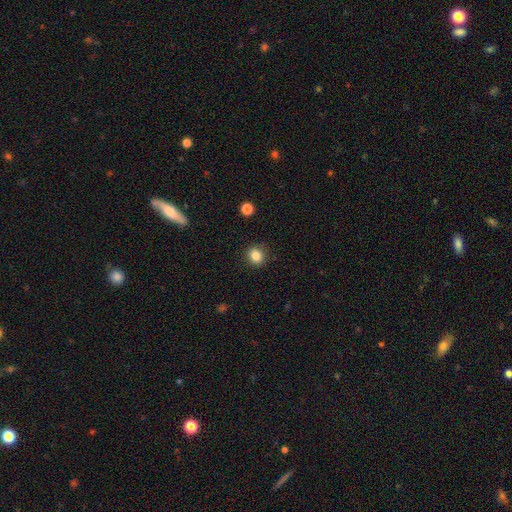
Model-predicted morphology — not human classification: A smooth galaxy with no disk features (83%) that is round (75%).

Vote fractions:
- Smooth or featured? smooth: 83% / star or artifact: 11% / featured or disk: 6%
- How rounded? round: 75% / in between: 24% / cigar-shaped: 1%
- Merging? none: 88% / minor disturbance: 8% / major disturbance: 2% / merger: 1%